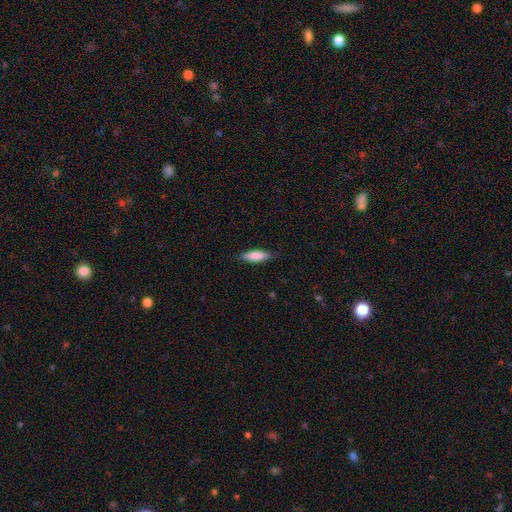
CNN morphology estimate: Smooth or featured? Predicted: smooth (p=0.83). How rounded? Predicted: cigar-shaped (p=0.55). Merging? Predicted: none (p=0.81).